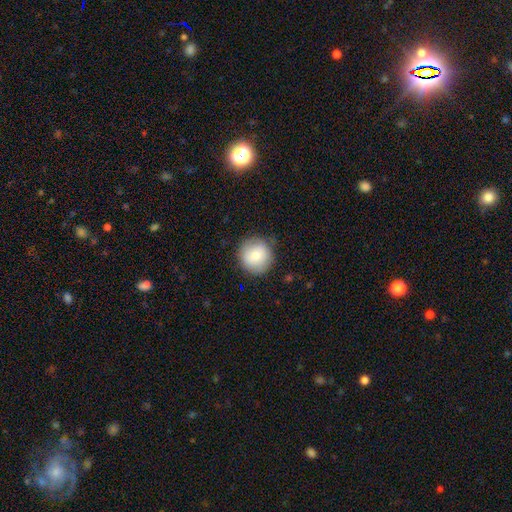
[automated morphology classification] This appears to be a smooth galaxy with no disk features (78%) that is round (94%). Merging: none (84%).